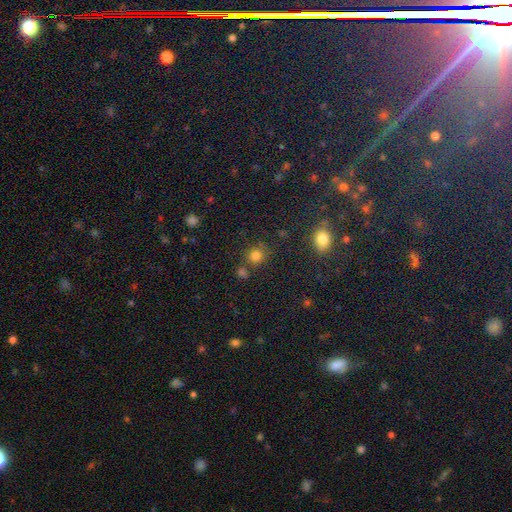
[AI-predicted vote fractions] Smooth or featured: smooth — 77% (star or artifact — 17%)
How rounded: round — 84% (in between — 15%)
Merging: none — 73% (minor disturbance — 11%)